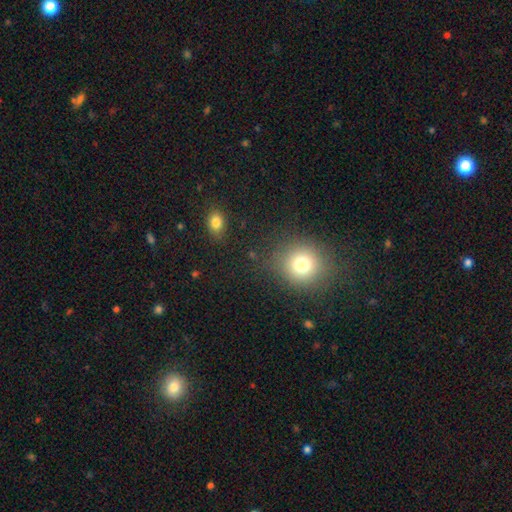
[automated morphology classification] smooth_or_featured: smooth (p=0.68) [alt: star or artifact p=0.24]
how_rounded: round (p=0.77) [alt: in between p=0.21]
merging: none (p=0.84) [alt: minor disturbance p=0.10]